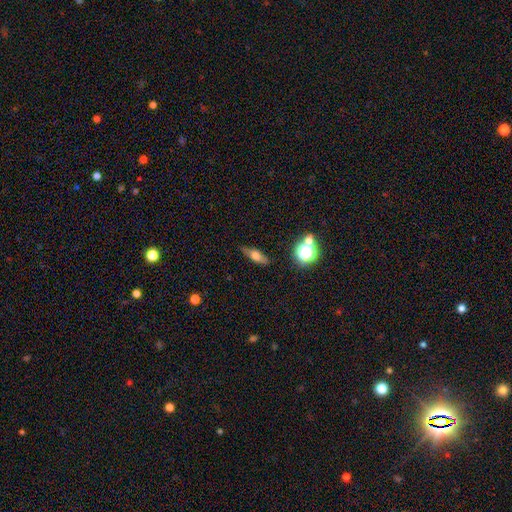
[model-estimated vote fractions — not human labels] Smooth or featured? Predicted: smooth (p=0.51). How rounded? Predicted: cigar-shaped (p=0.49). Merging? Predicted: none (p=0.83).